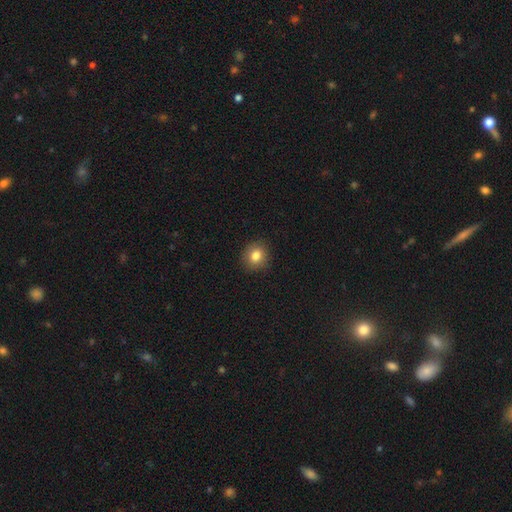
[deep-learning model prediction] A smooth galaxy with no disk features (82%) that is round (80%). Merging: none (89%).